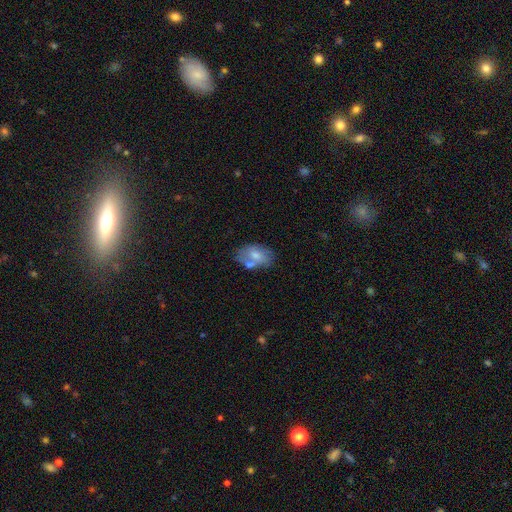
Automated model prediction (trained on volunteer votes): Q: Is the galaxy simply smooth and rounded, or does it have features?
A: smooth — 56%.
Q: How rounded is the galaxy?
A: in between — 86%.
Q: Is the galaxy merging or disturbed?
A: none — 42%.